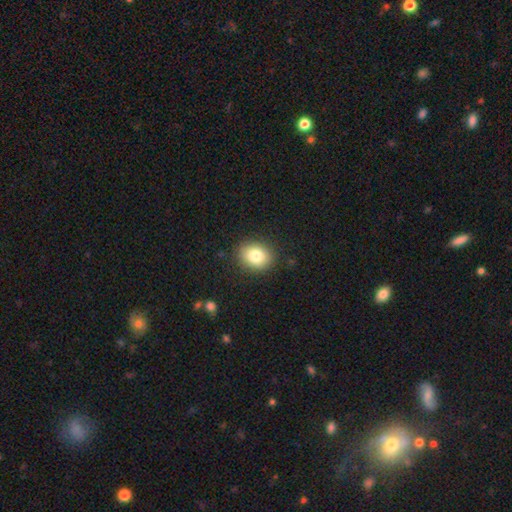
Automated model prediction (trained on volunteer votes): A smooth galaxy with no disk features (81%) that is round (57%). Merging: none (88%).